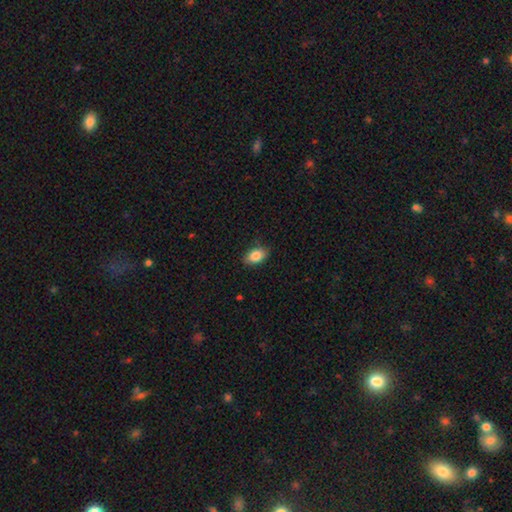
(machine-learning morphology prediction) type=smooth (86%); roundness=in between (88%); merging=none (83%).